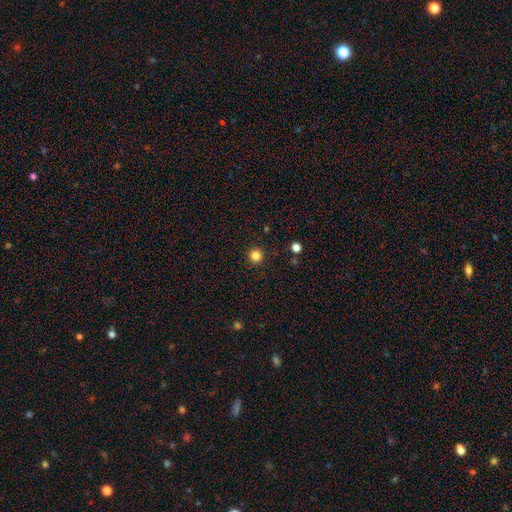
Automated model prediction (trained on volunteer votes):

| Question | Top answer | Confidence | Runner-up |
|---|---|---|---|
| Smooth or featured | smooth | 83% | star or artifact (13%) |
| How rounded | round | 95% | in between (4%) |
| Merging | none | 92% | minor disturbance (5%) |